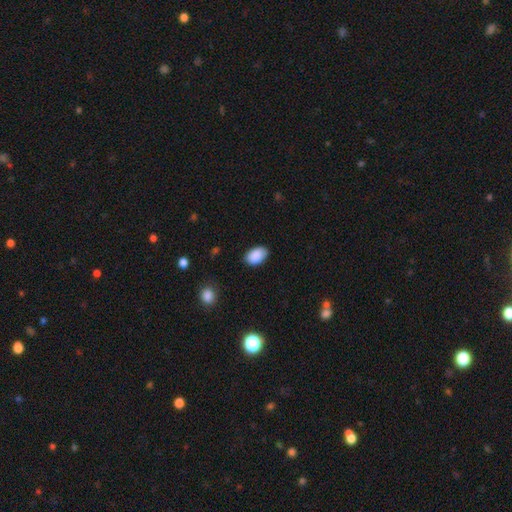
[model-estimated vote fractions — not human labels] smooth-or-featured: smooth: 90% | star or artifact: 7% | featured or disk: 4%
  how-rounded: in between: 91% | round: 8% | cigar-shaped: 1%
  merging: none: 82% | minor disturbance: 14% | major disturbance: 3% | merger: 1%